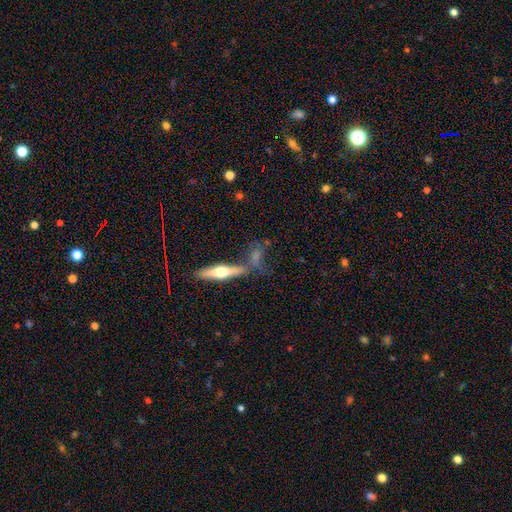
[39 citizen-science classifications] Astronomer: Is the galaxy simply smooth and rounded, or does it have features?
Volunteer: featured or disk — 69%.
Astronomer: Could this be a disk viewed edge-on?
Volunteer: yes — 74%.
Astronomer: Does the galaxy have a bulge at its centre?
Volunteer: rounded — 100%.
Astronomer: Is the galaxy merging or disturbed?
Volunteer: none — 54%.